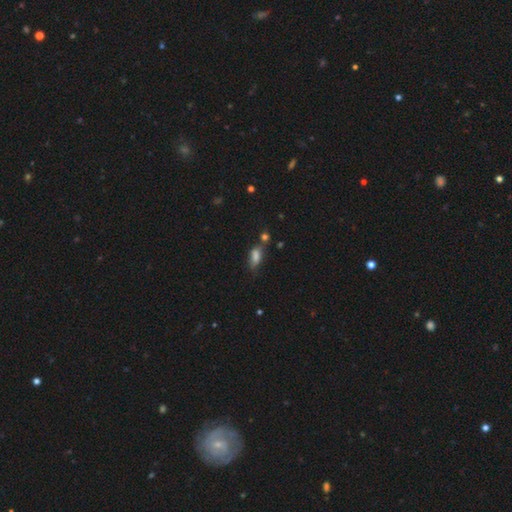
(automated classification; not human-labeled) Overall: smooth (76%). How rounded: in between (75%). Merging: none (47%; minor disturbance 26%).